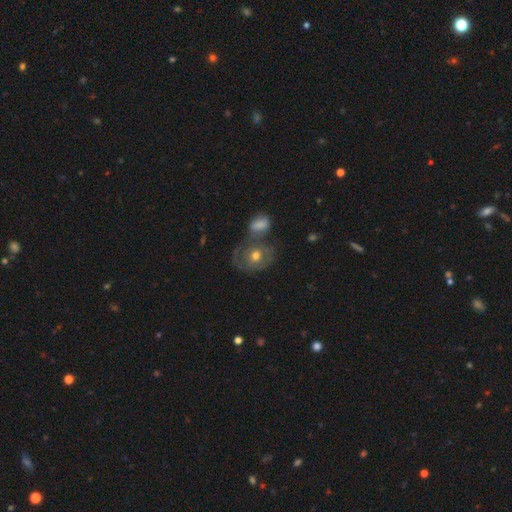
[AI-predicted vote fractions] Morphology: type=featured or disk (47%); merging=none (43%).